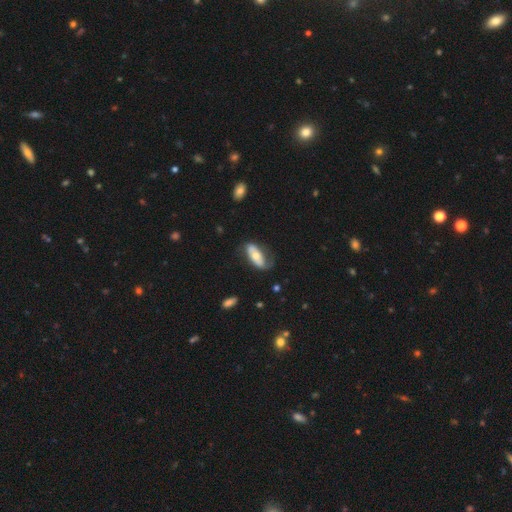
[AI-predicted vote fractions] Overall: smooth (48%; featured or disk 46%). Merging: none (50%; minor disturbance 29%).